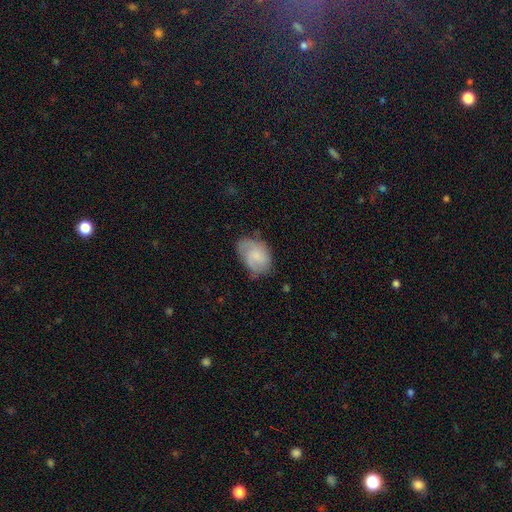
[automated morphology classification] Smooth or featured: smooth — 48% (featured or disk — 44%)
Merging: none — 57% (minor disturbance — 30%)